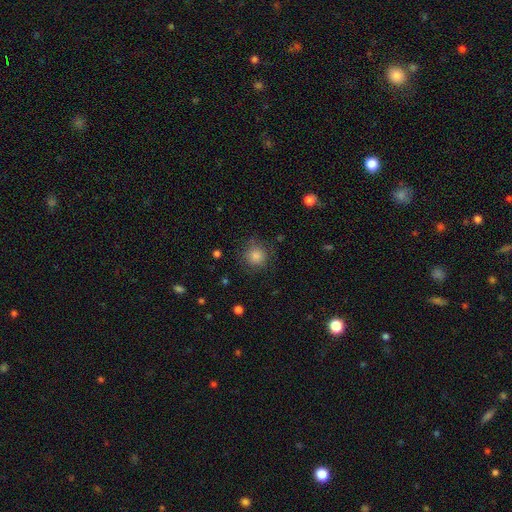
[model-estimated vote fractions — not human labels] Smooth or featured: smooth — 83% (star or artifact — 11%)
How rounded: round — 93% (in between — 6%)
Merging: none — 82% (minor disturbance — 12%)